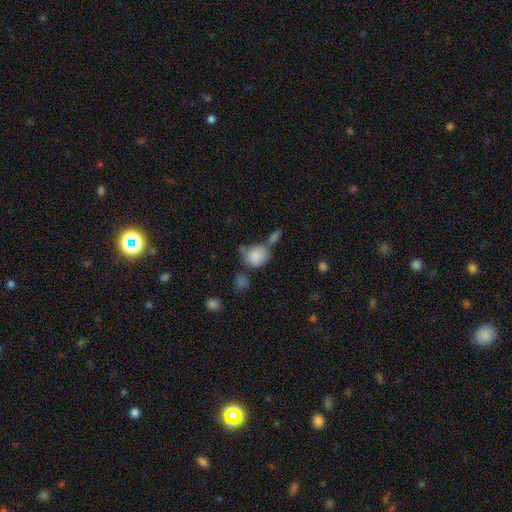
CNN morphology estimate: smooth-or-featured: smooth: 84% | star or artifact: 8% | featured or disk: 8%
  how-rounded: round: 62% | in between: 37% | cigar-shaped: 1%
  merging: none: 43% | merger: 30% | minor disturbance: 19% | major disturbance: 8%